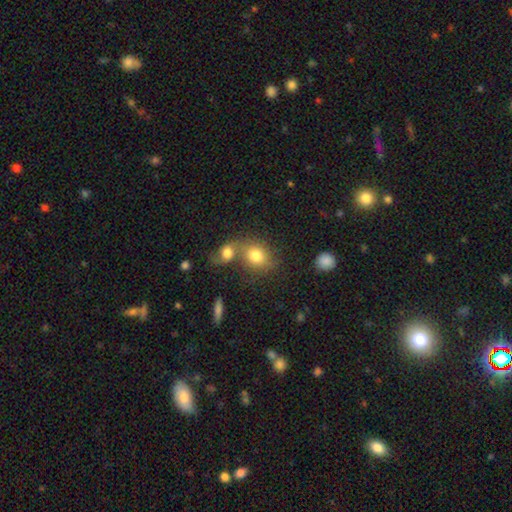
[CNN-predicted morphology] This appears to be a smooth galaxy with no disk features (76%) that is round (57%). Merging: merger (47%).